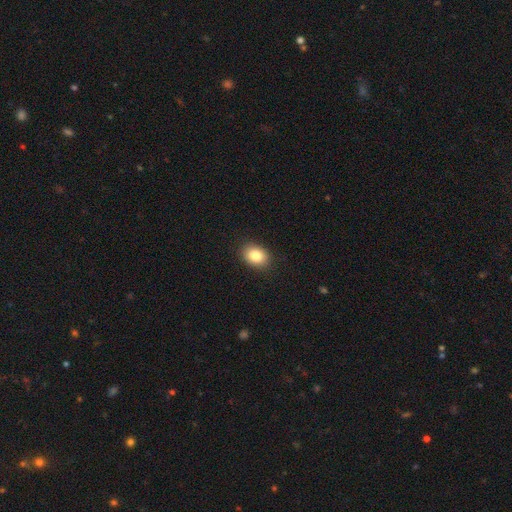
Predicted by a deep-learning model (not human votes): The model was most divided on "how rounded": in between: 68%, round: 31%, cigar-shaped: 1%. More confident: merging — none (89%); smooth or featured — smooth (84%).